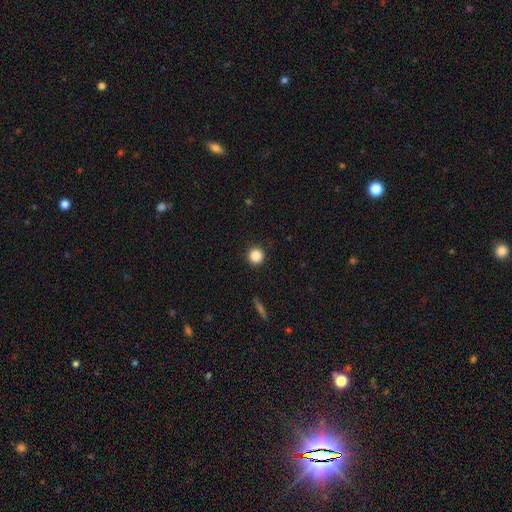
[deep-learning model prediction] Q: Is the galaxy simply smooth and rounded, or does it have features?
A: smooth — 86%.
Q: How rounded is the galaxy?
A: round — 95%.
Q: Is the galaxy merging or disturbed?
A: none — 92%.